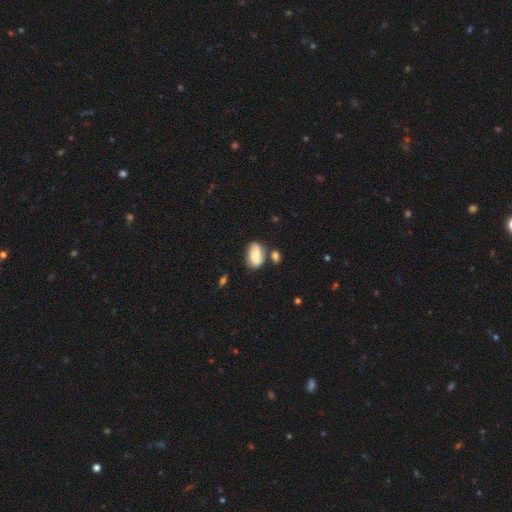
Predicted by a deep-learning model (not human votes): This is likely a smooth galaxy (71%). How rounded: clearly in between (90%). Merging: possibly none (55%).